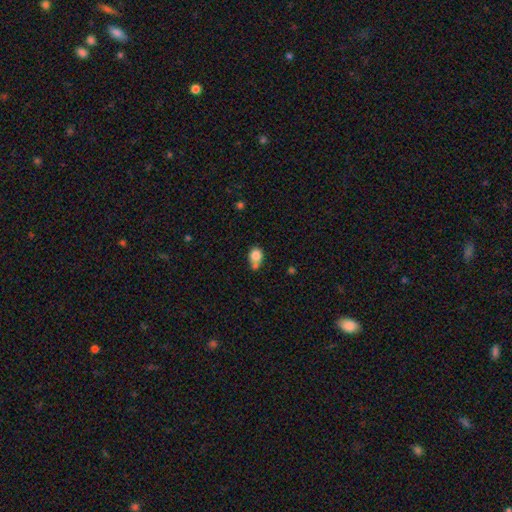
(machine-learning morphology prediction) type=smooth (82%); roundness=round (64%); merging=none (39%).